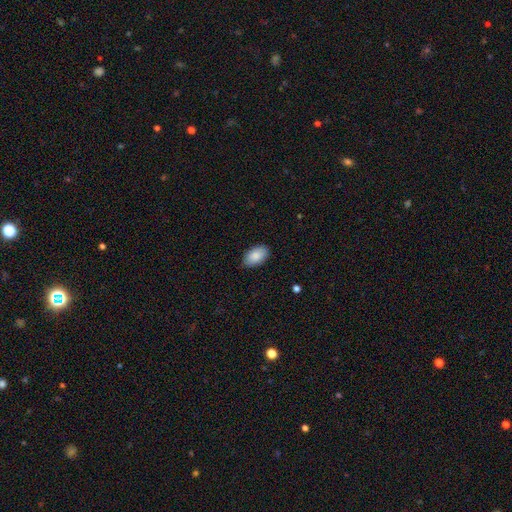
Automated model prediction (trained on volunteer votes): This appears to be a smooth galaxy with no disk features (87%) that is in between round and cigar-shaped (95%). Merging: none (87%).